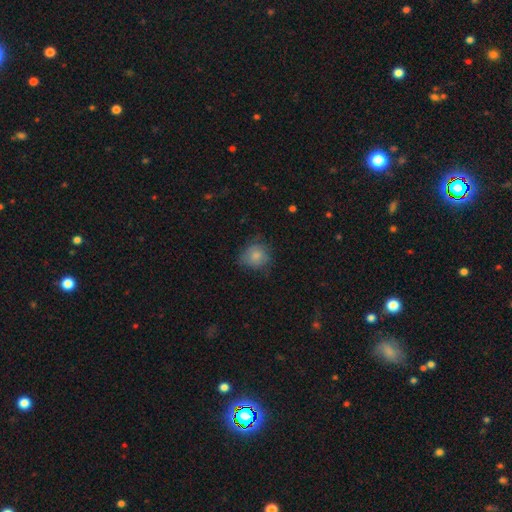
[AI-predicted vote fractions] The model was most divided on "merging": none: 66%, minor disturbance: 25%, major disturbance: 8%, merger: 1%. More confident: smooth or featured — smooth (81%); how rounded — round (78%).